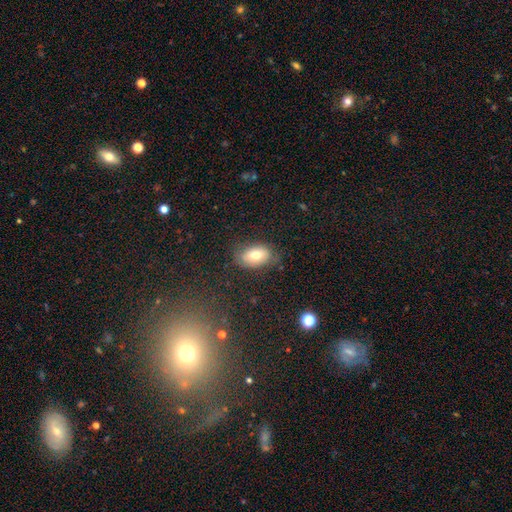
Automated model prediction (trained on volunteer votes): Q: Smooth or featured?
A: smooth (71%); runner-up: featured or disk (20%)
Q: How rounded?
A: in between (88%); runner-up: round (11%)
Q: Merging?
A: none (74%); runner-up: minor disturbance (19%)